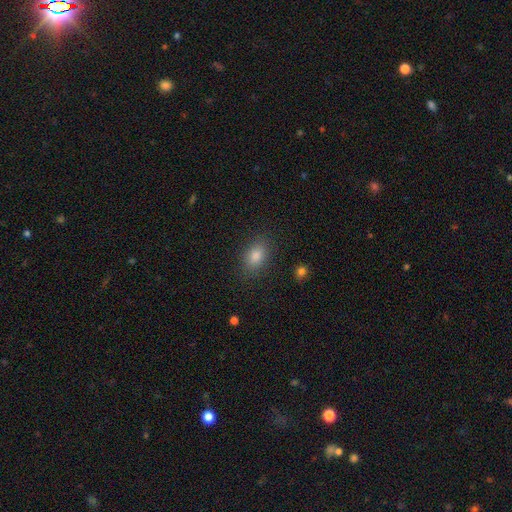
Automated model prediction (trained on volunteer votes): Smooth or featured: smooth — 82% (star or artifact — 11%)
How rounded: in between — 79% (round — 19%)
Merging: none — 86% (minor disturbance — 10%)